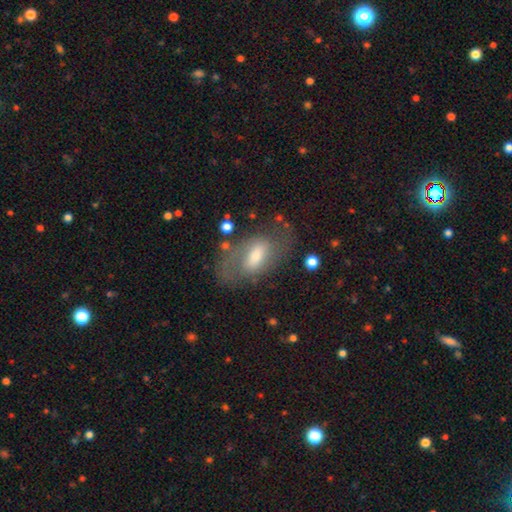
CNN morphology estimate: Overall: featured or disk (57%; smooth 35%). Edge-on disk: no (91%). Bar: weak (49%; no 28%). Spiral arms: yes (70%). Bulge size: moderate (52%; small 24%). Merging: none (65%).